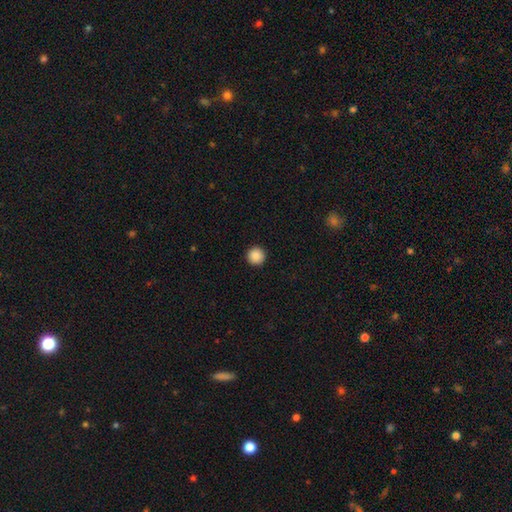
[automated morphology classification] smooth_or_featured: smooth (p=0.89) [alt: star or artifact p=0.09]
how_rounded: round (p=0.96) [alt: in between p=0.03]
merging: none (p=0.94) [alt: minor disturbance p=0.04]